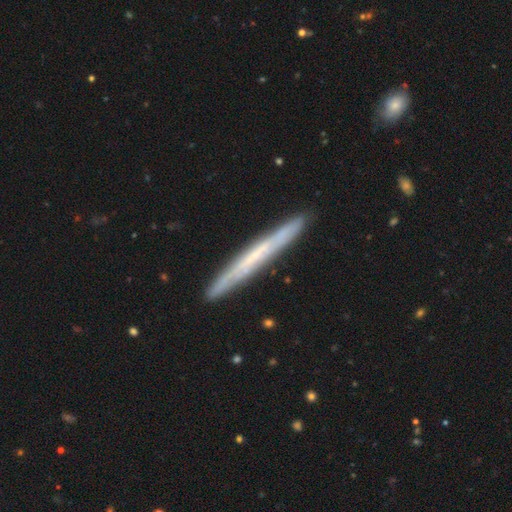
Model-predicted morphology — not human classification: A featured or disk galaxy (54%) viewed edge-on (94%) with no central bulge (84%). Merging: none (90%).